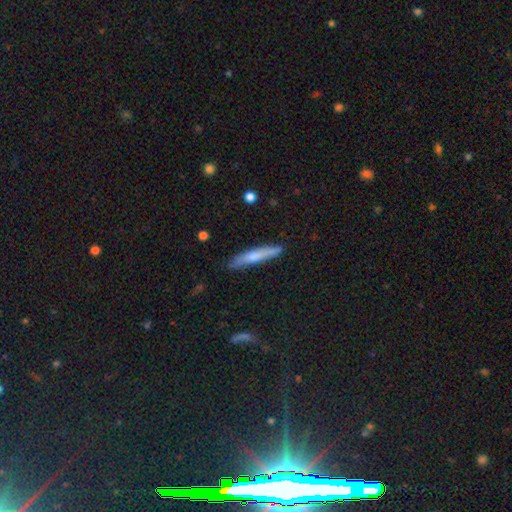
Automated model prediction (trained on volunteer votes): This is likely a smooth galaxy (63%). How rounded: clearly cigar-shaped (92%). Merging: clearly none (81%).